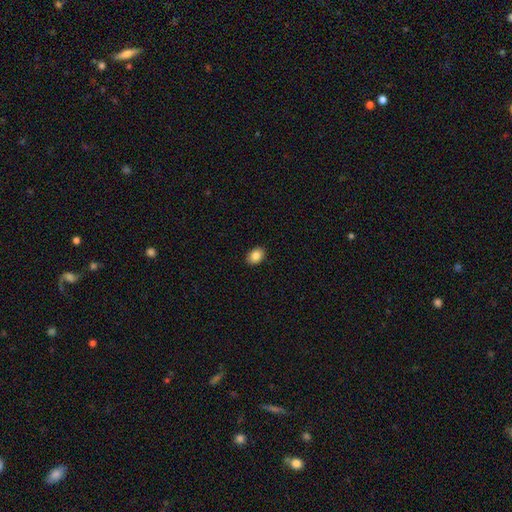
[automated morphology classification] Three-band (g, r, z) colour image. It shows a smooth galaxy with no disk features (86%) that is in between round and cigar-shaped (74%). Merging: none (90%).